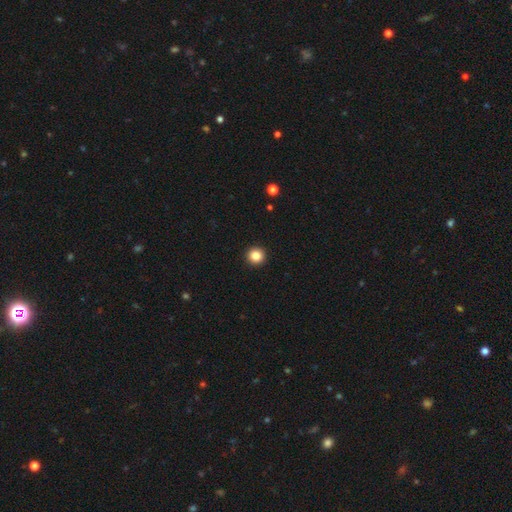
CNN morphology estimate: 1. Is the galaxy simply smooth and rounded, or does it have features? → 84% smooth, 11% star or artifact, 5% featured or disk.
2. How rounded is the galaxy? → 96% round, 3% in between, 1% cigar-shaped.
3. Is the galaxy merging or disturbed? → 94% none, 4% minor disturbance, 1% major disturbance, 1% merger.